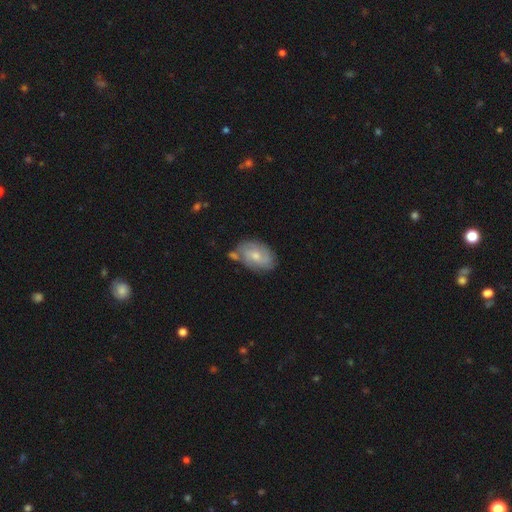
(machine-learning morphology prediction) Smooth or featured?
  - featured or disk: 52% *
  - smooth: 42%
  - star or artifact: 7%
Edge-on disk?
  - no: 95% *
  - yes: 5%
Merging?
  - none: 59% *
  - minor disturbance: 21%
  - merger: 13%
  - major disturbance: 6%